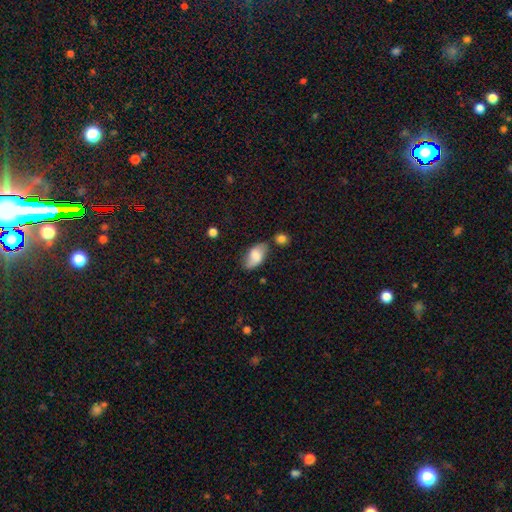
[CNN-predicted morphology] Q: Smooth or featured?
A: smooth (74%); runner-up: featured or disk (19%)
Q: How rounded?
A: in between (93%); runner-up: round (4%)
Q: Merging?
A: none (61%); runner-up: minor disturbance (24%)